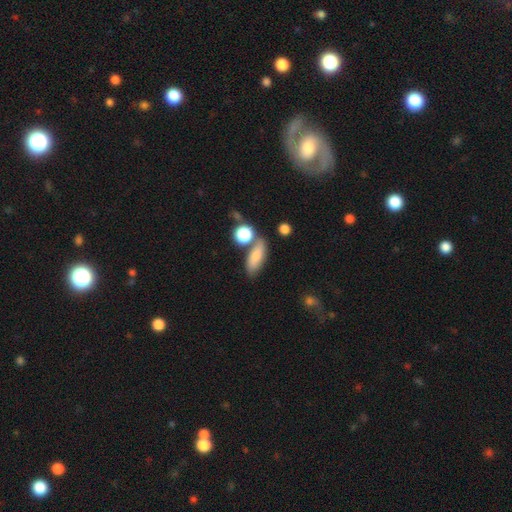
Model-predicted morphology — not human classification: smooth_or_featured: smooth (p=0.76) [alt: featured or disk p=0.16]
how_rounded: in between (p=0.67) [alt: cigar-shaped p=0.24]
merging: none (p=0.61) [alt: merger p=0.18]